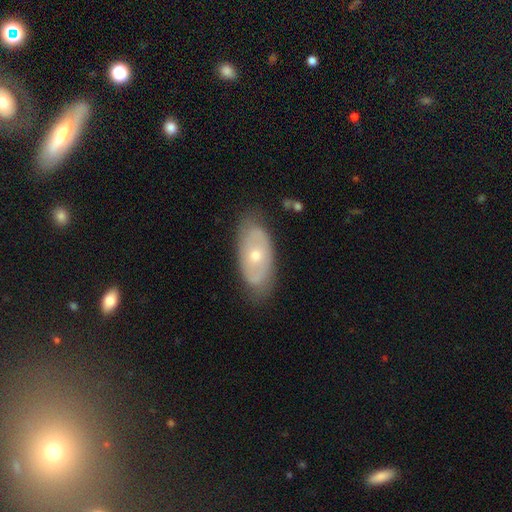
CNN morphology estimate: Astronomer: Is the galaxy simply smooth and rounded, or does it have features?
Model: featured or disk — 58% (runner-up: smooth, 36%).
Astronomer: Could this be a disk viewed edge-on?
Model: no — 89%.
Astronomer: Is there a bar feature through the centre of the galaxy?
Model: no — 80%.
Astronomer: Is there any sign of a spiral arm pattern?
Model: no — 53% (runner-up: yes, 47%).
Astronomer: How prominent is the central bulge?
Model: moderate — 54% (runner-up: small, 43%).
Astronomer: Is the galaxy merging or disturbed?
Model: none — 78%.